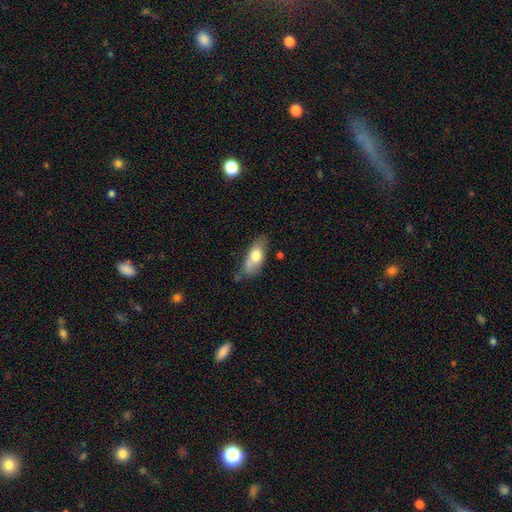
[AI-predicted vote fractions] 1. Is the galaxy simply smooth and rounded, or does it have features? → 68% smooth, 25% featured or disk, 7% star or artifact.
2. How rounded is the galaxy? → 80% in between, 16% cigar-shaped, 4% round.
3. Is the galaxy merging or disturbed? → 47% none, 31% minor disturbance, 11% major disturbance, 11% merger.